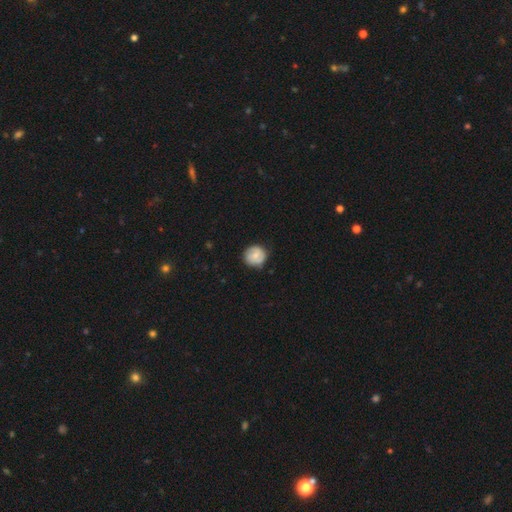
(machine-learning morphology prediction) smooth 53%, featured or disk 40%, star or artifact 7%. Down the decision tree: how rounded — round (89%); merging — none (79%).